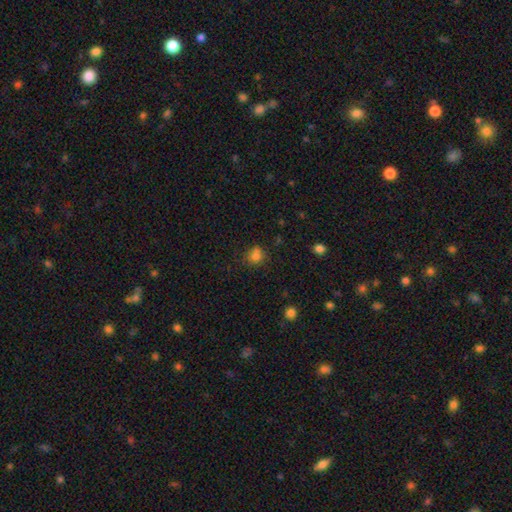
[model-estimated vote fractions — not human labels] A smooth galaxy with no disk features (76%) that is round (75%).

Vote fractions:
- Smooth or featured? smooth: 76% / star or artifact: 16% / featured or disk: 8%
- How rounded? round: 75% / in between: 24% / cigar-shaped: 1%
- Merging? none: 65% / minor disturbance: 17% / merger: 12% / major disturbance: 5%